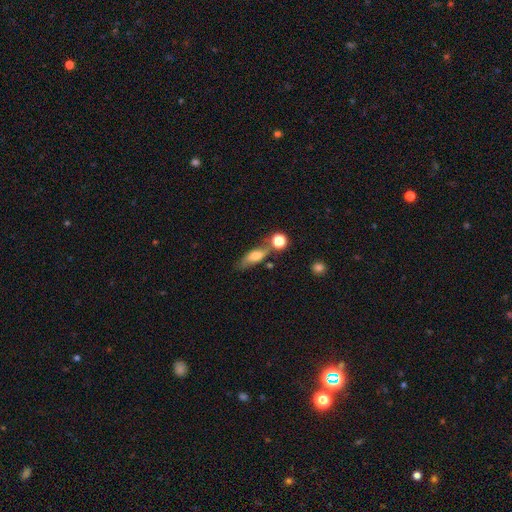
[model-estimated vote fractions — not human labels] smooth 64%, featured or disk 26%, star or artifact 10%. Down the decision tree: how rounded — in between (61%); merging — none (54%).